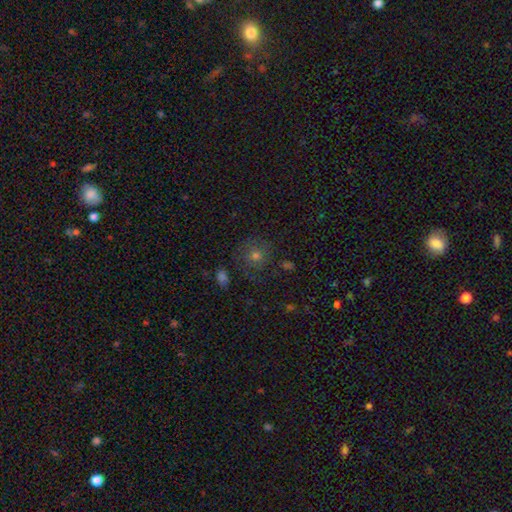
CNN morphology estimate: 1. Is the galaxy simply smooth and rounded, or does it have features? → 60% smooth, 22% star or artifact, 18% featured or disk.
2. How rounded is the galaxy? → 89% round, 10% in between, 1% cigar-shaped.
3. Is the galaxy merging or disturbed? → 77% none, 14% minor disturbance, 6% major disturbance, 3% merger.